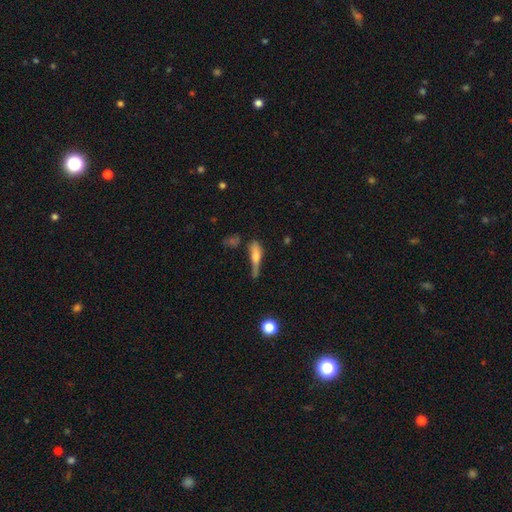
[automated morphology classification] Smooth or featured?
  - smooth: 55% *
  - featured or disk: 35%
  - star or artifact: 10%
How rounded?
  - cigar-shaped: 67% *
  - in between: 28%
  - round: 4%
Merging?
  - none: 34% *
  - minor disturbance: 29%
  - major disturbance: 25%
  - merger: 11%